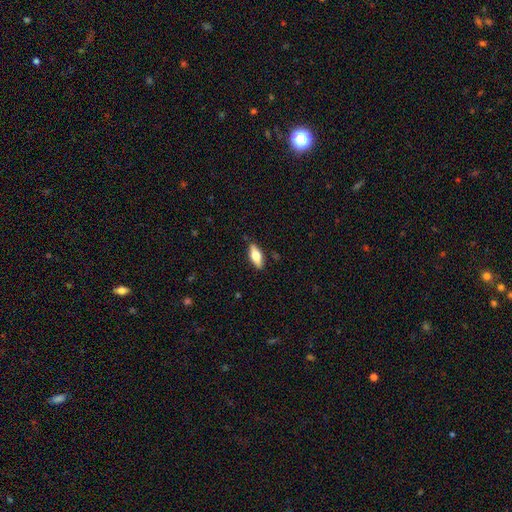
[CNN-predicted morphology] Smooth or featured? Predicted: smooth (p=0.62). How rounded? Predicted: in between (p=0.73). Merging? Predicted: none (p=0.87).